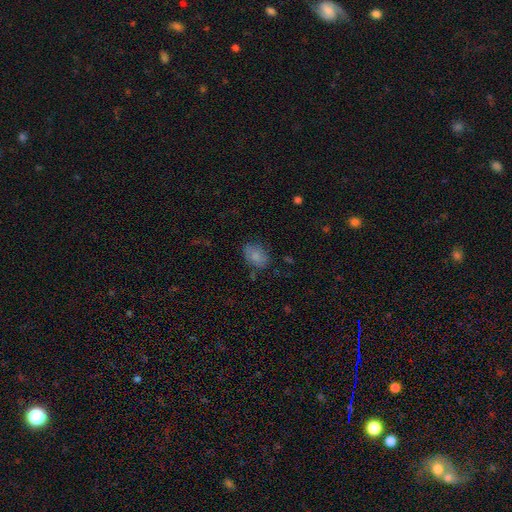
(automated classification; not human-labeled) Smooth or featured: smooth — 83% (featured or disk — 9%)
How rounded: in between — 82% (round — 16%)
Merging: none — 73% (minor disturbance — 19%)